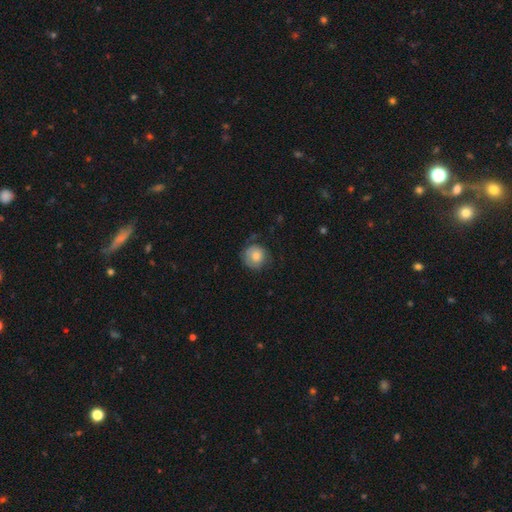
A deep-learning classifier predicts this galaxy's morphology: type=smooth (75%); roundness=round (91%); merging=none (68%).